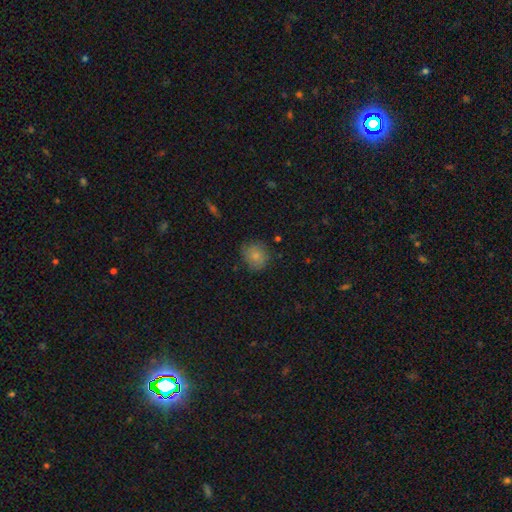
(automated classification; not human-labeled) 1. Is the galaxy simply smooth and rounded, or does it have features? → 77% smooth, 15% featured or disk, 8% star or artifact.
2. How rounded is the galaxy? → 78% round, 21% in between, 1% cigar-shaped.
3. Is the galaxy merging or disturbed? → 72% none, 21% minor disturbance, 6% major disturbance, 1% merger.